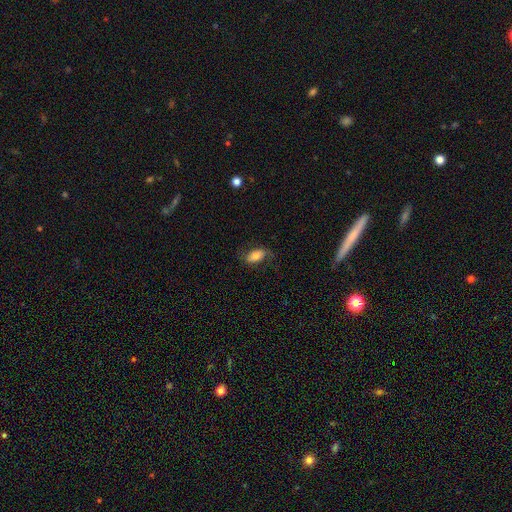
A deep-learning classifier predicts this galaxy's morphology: Smooth or featured? smooth (66%)
How rounded? in between (90%)
Merging? none (68%)